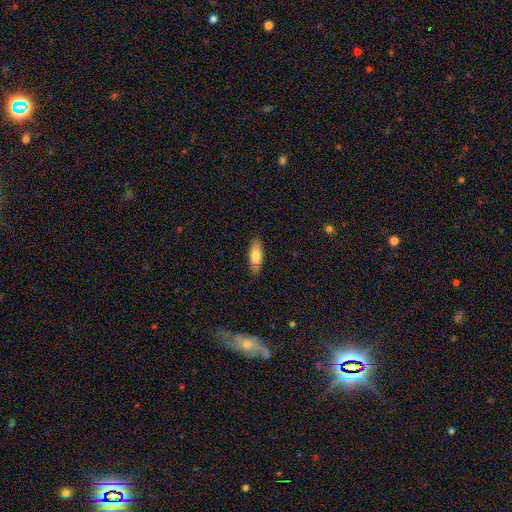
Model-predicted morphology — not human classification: Smooth or featured? smooth (73%)
How rounded? in between (68%)
Merging? none (87%)